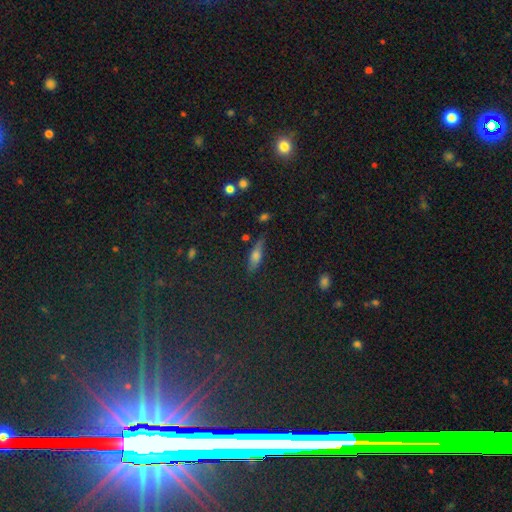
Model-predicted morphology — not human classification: Smooth or featured?
  - smooth: 51% *
  - featured or disk: 35%
  - star or artifact: 13%
How rounded?
  - cigar-shaped: 56% *
  - in between: 39%
  - round: 5%
Merging?
  - none: 76% *
  - minor disturbance: 17%
  - major disturbance: 5%
  - merger: 3%